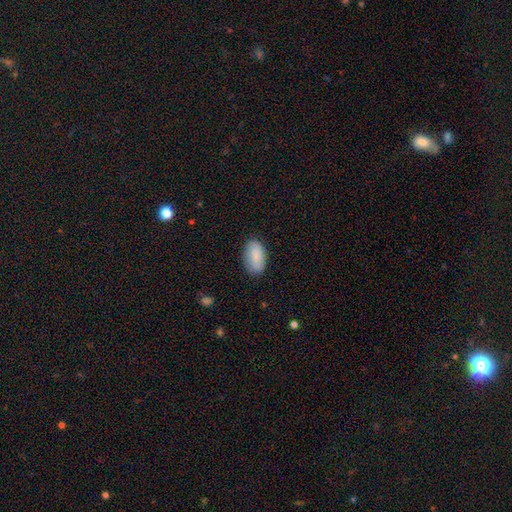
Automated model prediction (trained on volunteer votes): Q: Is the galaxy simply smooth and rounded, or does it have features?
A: smooth — 83%.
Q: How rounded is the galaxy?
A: in between — 94%.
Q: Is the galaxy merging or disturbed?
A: none — 82%.